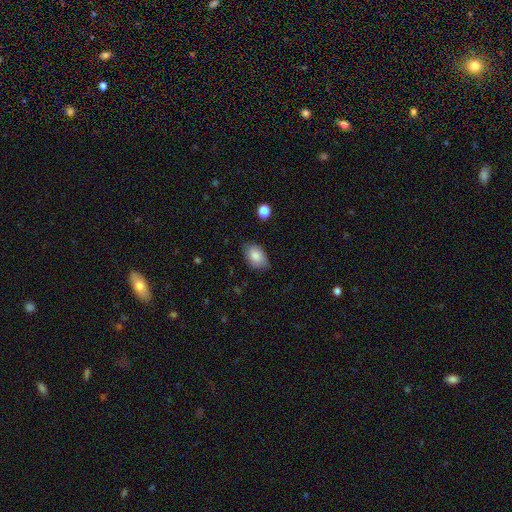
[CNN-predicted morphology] smooth_or_featured: smooth (p=0.86) [alt: featured or disk p=0.07]
how_rounded: in between (p=0.89) [alt: round p=0.09]
merging: none (p=0.78) [alt: minor disturbance p=0.17]